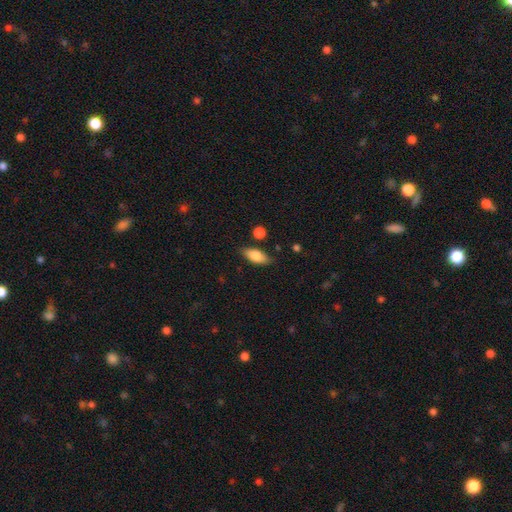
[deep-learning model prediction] This is clearly a smooth galaxy (80%). How rounded: clearly in between (82%). Merging: clearly none (81%).